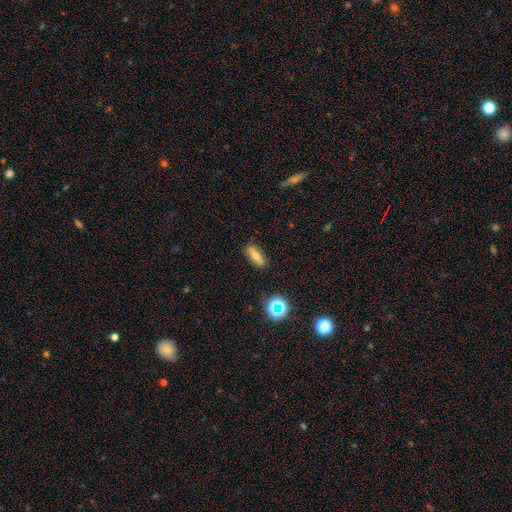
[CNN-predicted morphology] Smooth or featured? Predicted: smooth (p=0.65). How rounded? Predicted: in between (p=0.58). Merging? Predicted: none (p=0.85).